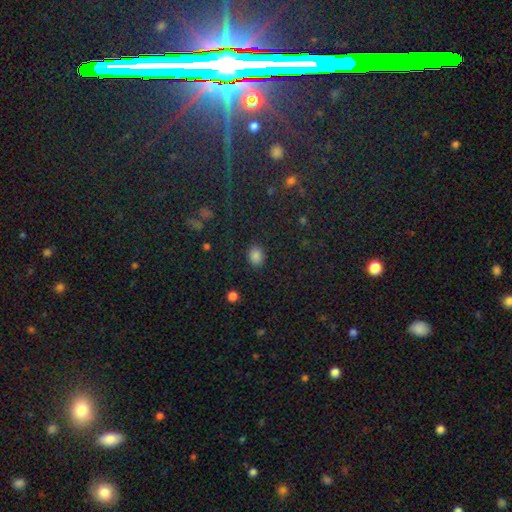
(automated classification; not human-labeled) Smooth or featured? smooth (82%)
How rounded? round (51%)
Merging? none (85%)